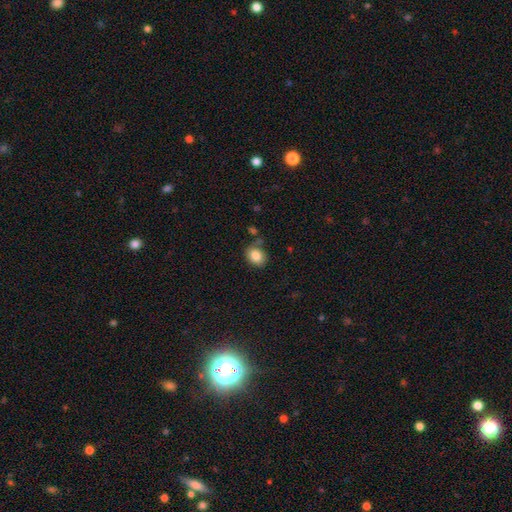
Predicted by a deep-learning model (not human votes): Smooth or featured?
  - smooth: 83% *
  - star or artifact: 9%
  - featured or disk: 8%
How rounded?
  - in between: 55% *
  - round: 44%
  - cigar-shaped: 1%
Merging?
  - none: 72% *
  - minor disturbance: 17%
  - merger: 7%
  - major disturbance: 4%